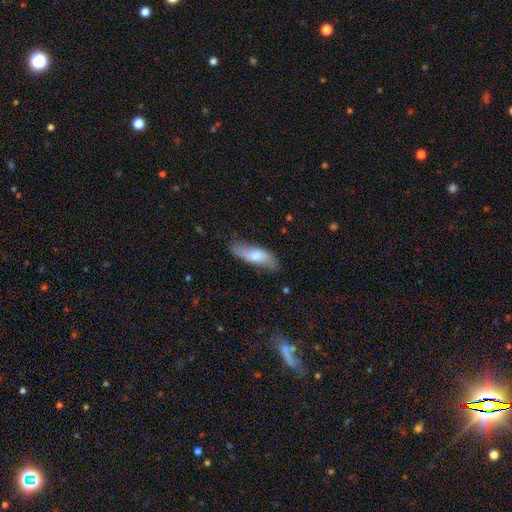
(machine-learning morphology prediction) Smooth or featured?
  - smooth: 65% *
  - featured or disk: 29%
  - star or artifact: 6%
How rounded?
  - in between: 57% *
  - cigar-shaped: 41%
  - round: 2%
Merging?
  - none: 67% *
  - minor disturbance: 25%
  - major disturbance: 6%
  - merger: 2%